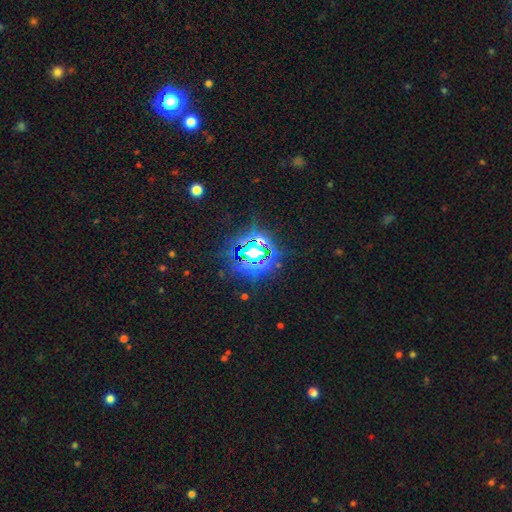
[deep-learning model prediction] Overall: star or artifact (70%).